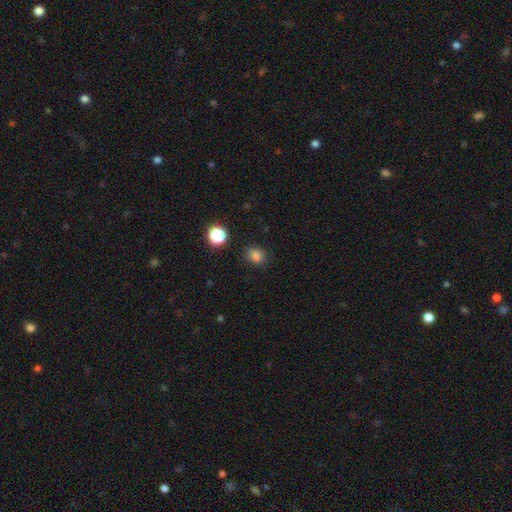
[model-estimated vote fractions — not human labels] The model was most divided on "how rounded": round: 55%, in between: 44%, cigar-shaped: 1%. More confident: merging — none (84%); smooth or featured — smooth (81%).